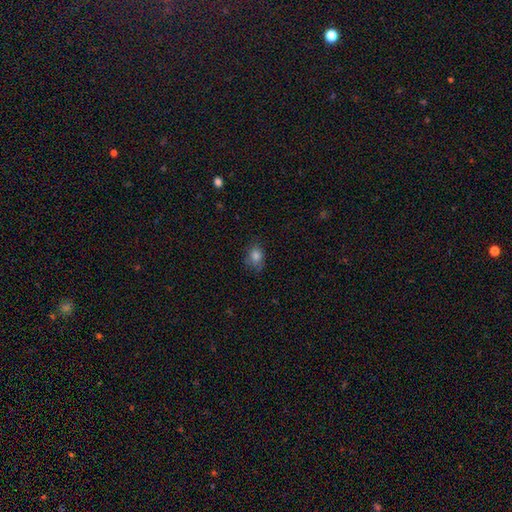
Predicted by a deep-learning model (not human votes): smooth-or-featured: smooth: 81% | star or artifact: 12% | featured or disk: 7%
  how-rounded: in between: 57% | round: 41% | cigar-shaped: 1%
  merging: none: 67% | minor disturbance: 24% | major disturbance: 8% | merger: 1%